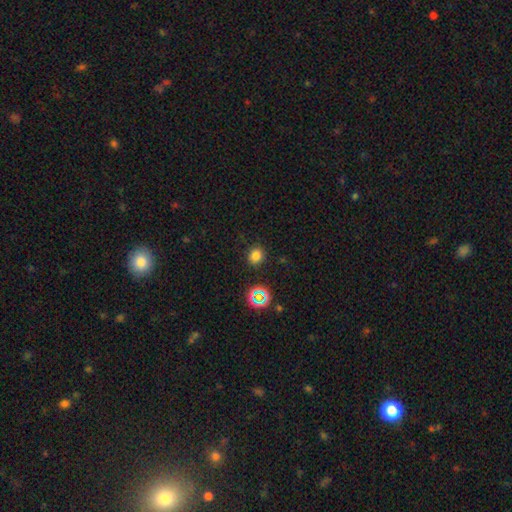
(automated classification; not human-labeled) Smooth or featured: smooth — 76% (star or artifact — 18%)
How rounded: round — 78% (in between — 21%)
Merging: none — 87% (minor disturbance — 8%)